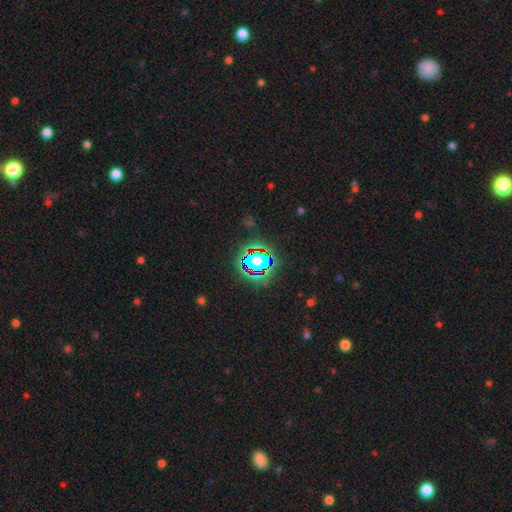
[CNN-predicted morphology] star or artifact 79%, smooth 13%, featured or disk 8%.